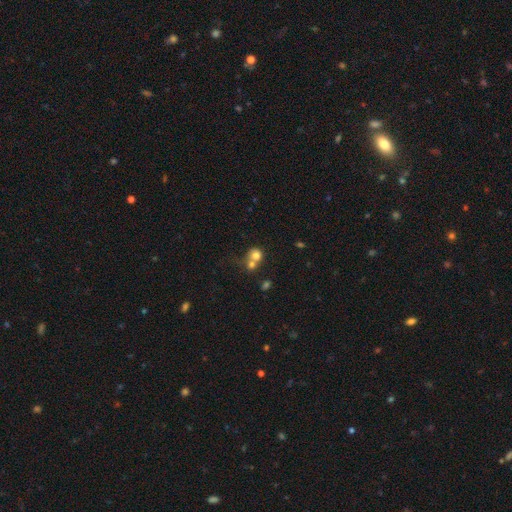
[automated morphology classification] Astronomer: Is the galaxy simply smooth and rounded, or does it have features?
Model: smooth — 73%.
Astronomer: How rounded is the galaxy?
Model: round — 78%.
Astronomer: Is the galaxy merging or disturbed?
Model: merger — 56% (runner-up: none, 32%).